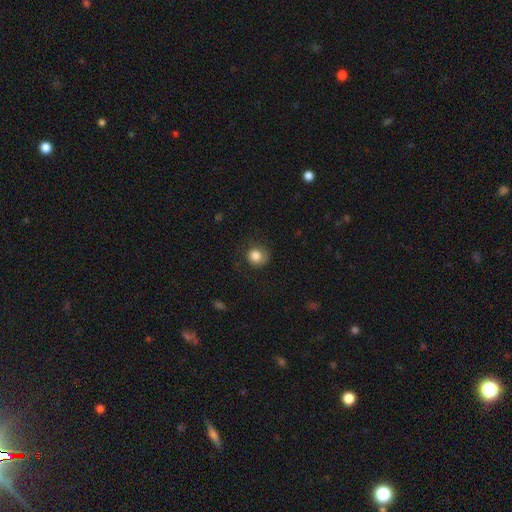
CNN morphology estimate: This is clearly a smooth galaxy (83%). How rounded: clearly round (84%). Merging: likely none (69%).